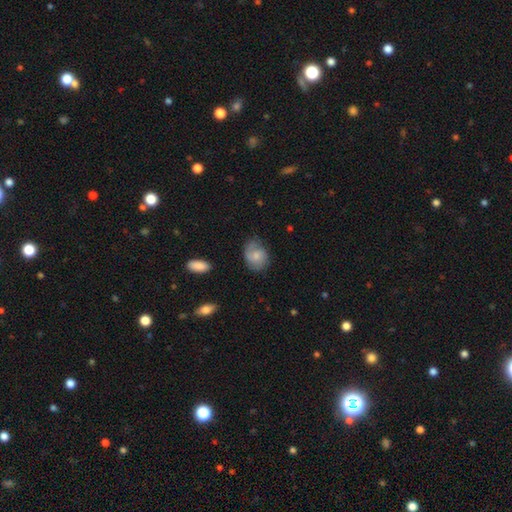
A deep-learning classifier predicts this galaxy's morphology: Overall: smooth (58%; featured or disk 35%). How rounded: in between (62%; round 37%). Merging: none (62%; minor disturbance 27%).